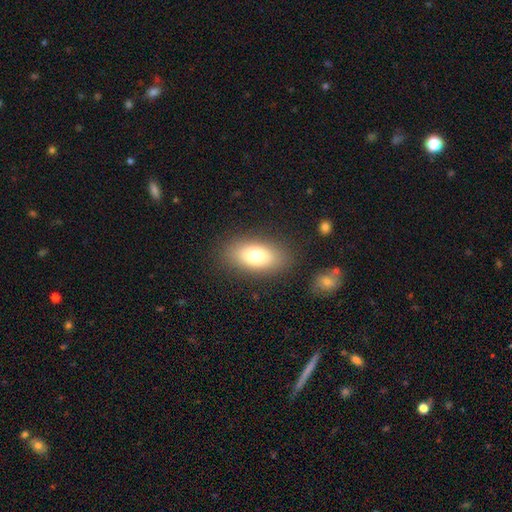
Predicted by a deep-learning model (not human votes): The model was most divided on "smooth or featured": smooth: 75%, featured or disk: 17%, star or artifact: 9%. More confident: how rounded — in between (89%); merging — none (85%).